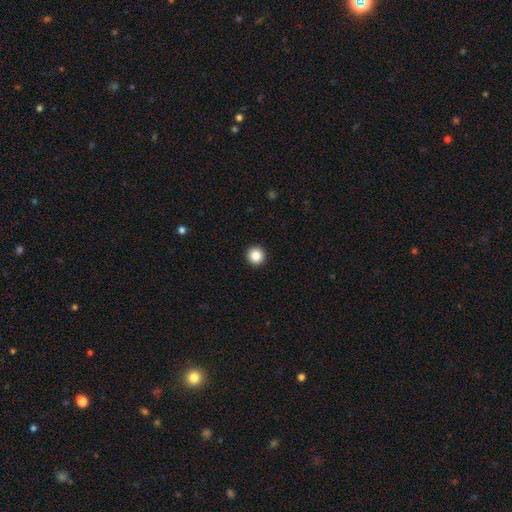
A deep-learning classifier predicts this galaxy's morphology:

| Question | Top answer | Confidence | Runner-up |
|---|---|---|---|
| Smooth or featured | smooth | 86% | star or artifact (10%) |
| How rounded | round | 96% | in between (3%) |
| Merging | none | 94% | minor disturbance (4%) |